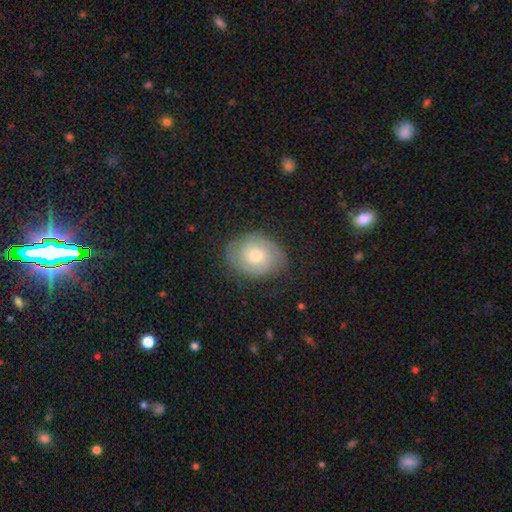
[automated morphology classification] Smooth or featured: featured or disk — 60% (smooth — 33%)
Edge-on disk: no — 96% (yes — 4%)
Bar: no — 81% (weak — 15%)
Spiral arms: yes — 81% (no — 19%)
Bulge size: moderate — 58% (small — 37%)
Merging: none — 75% (minor disturbance — 19%)